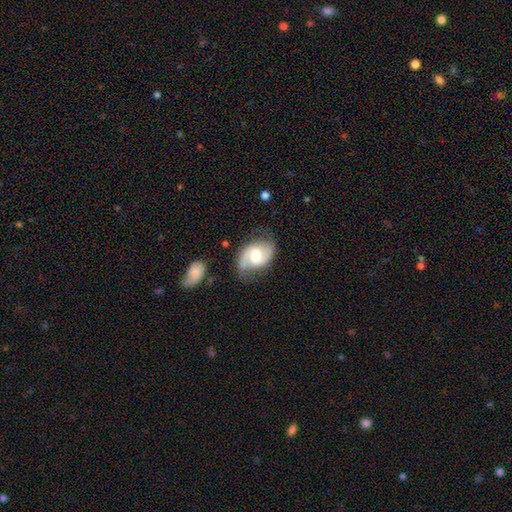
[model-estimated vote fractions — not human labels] Morphology: type=featured or disk (76%); edge-on=no (97%); bar=weak (50%); spiral arms=yes (94%); winding=medium (50%); arm count=2 (90%); bulge=moderate (59%); merging=none (68%).